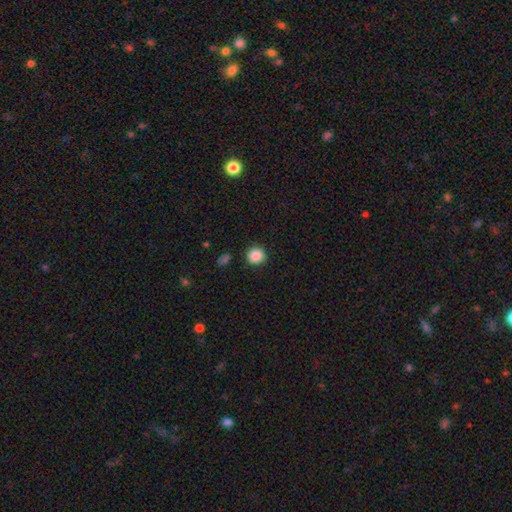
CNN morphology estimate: Q: Smooth or featured?
A: smooth (87%); runner-up: star or artifact (10%)
Q: How rounded?
A: round (93%); runner-up: in between (6%)
Q: Merging?
A: none (90%); runner-up: minor disturbance (6%)